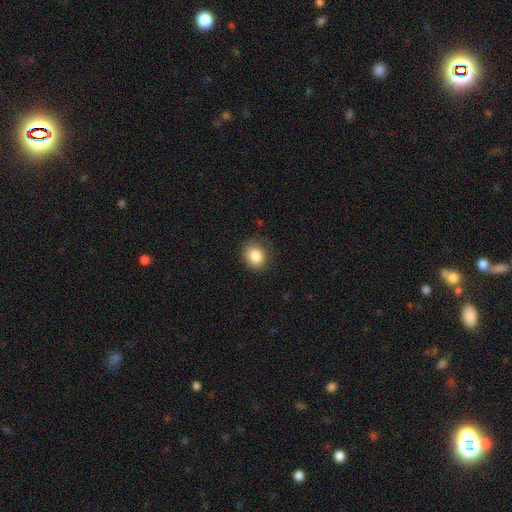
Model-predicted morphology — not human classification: Smooth or featured?
  - smooth: 85% *
  - star or artifact: 9%
  - featured or disk: 6%
How rounded?
  - round: 69% *
  - in between: 30%
  - cigar-shaped: 1%
Merging?
  - none: 81% *
  - minor disturbance: 15%
  - major disturbance: 4%
  - merger: 1%